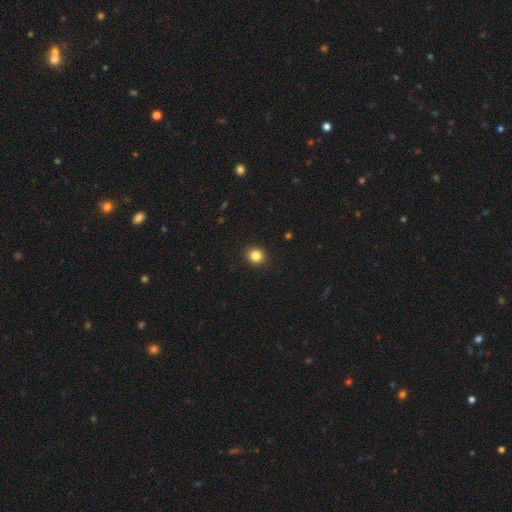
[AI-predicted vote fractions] A smooth galaxy with no disk features (84%) that is round (82%).

Vote fractions:
- Smooth or featured? smooth: 84% / star or artifact: 11% / featured or disk: 5%
- How rounded? round: 82% / in between: 17% / cigar-shaped: 1%
- Merging? none: 91% / minor disturbance: 6% / major disturbance: 2% / merger: 1%